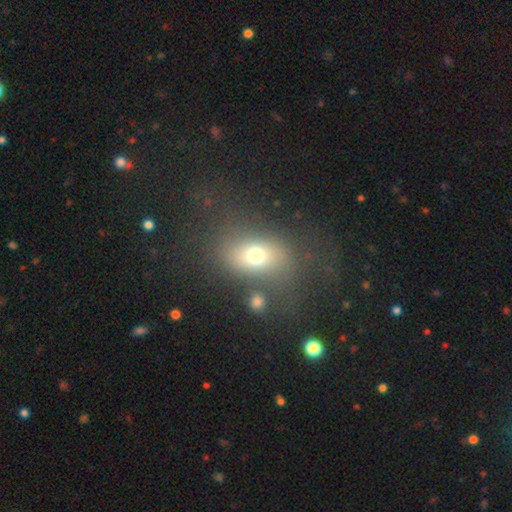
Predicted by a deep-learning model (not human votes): Smooth or featured? smooth (68%)
How rounded? in between (64%)
Merging? none (69%)